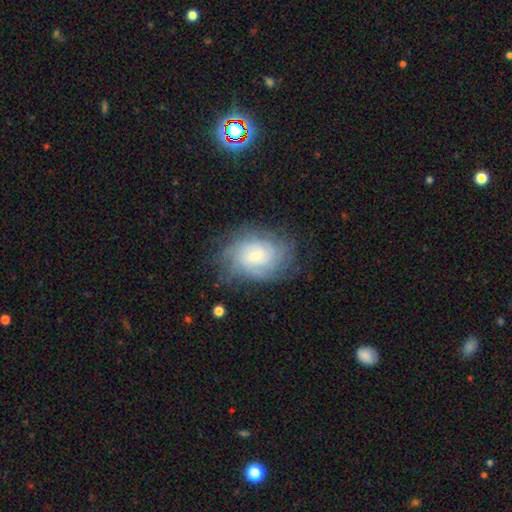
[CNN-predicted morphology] This is likely a featured or disk galaxy (68%). It is clearly not viewed edge-on (96%). Bar: possibly no (56%). Spiral arm pattern: clearly yes (91%). Spiral arm count: possibly can't tell (51%). Spiral winding: likely tight (64%). Central bulge: likely small (68%). Merging: likely none (71%).